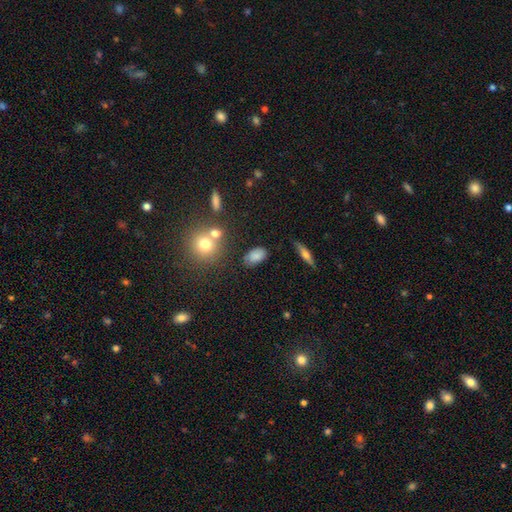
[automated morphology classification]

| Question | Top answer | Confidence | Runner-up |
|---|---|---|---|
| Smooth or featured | smooth | 79% | star or artifact (11%) |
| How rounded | in between | 89% | round (9%) |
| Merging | none | 75% | minor disturbance (16%) |